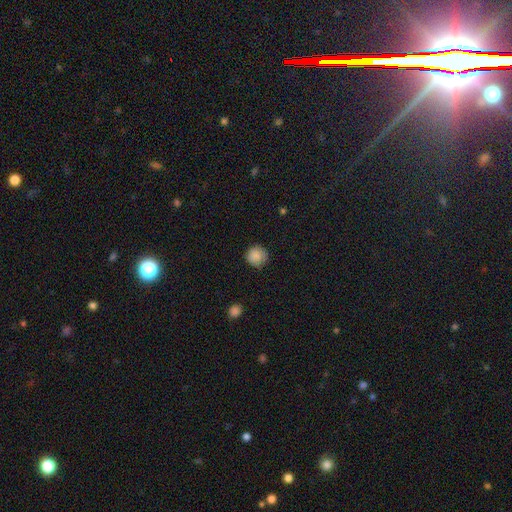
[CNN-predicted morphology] This appears to be a smooth galaxy with no disk features (87%) that is round (93%). Merging: none (84%).